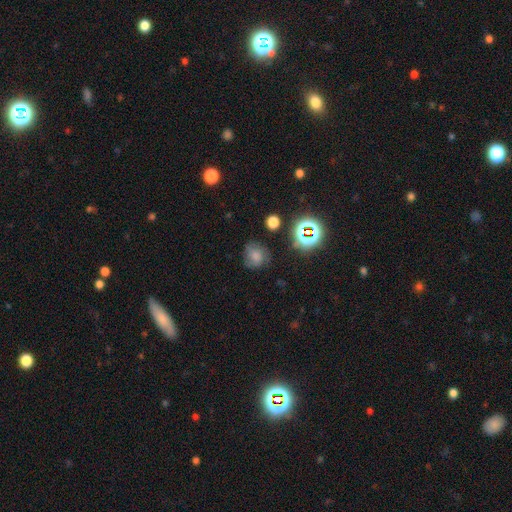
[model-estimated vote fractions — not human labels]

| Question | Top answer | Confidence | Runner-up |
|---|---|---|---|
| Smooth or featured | smooth | 57% | featured or disk (23%) |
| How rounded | round | 76% | in between (22%) |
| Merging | none | 66% | minor disturbance (22%) |